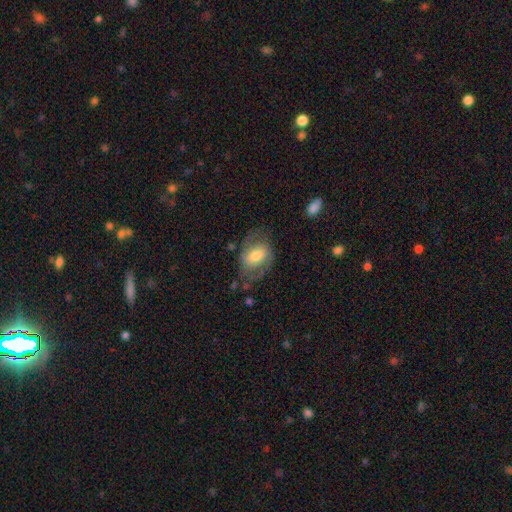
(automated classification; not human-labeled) Morphology: type=featured or disk (60%); edge-on=no (95%); bar=weak (42%); spiral arms=yes (76%); bulge=moderate (60%); merging=none (62%).